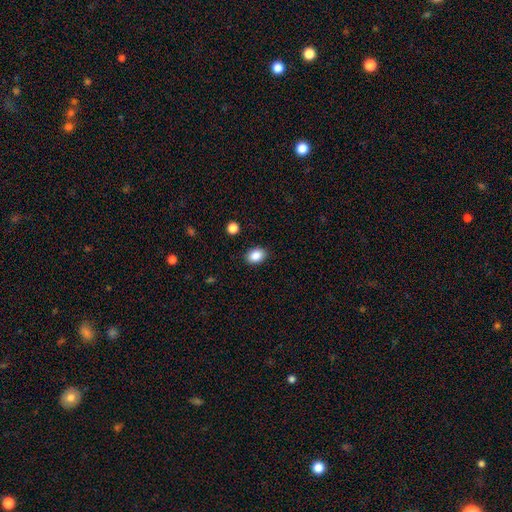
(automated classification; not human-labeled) A smooth galaxy with no disk features (88%) that is in between round and cigar-shaped (72%). Merging: none (88%).